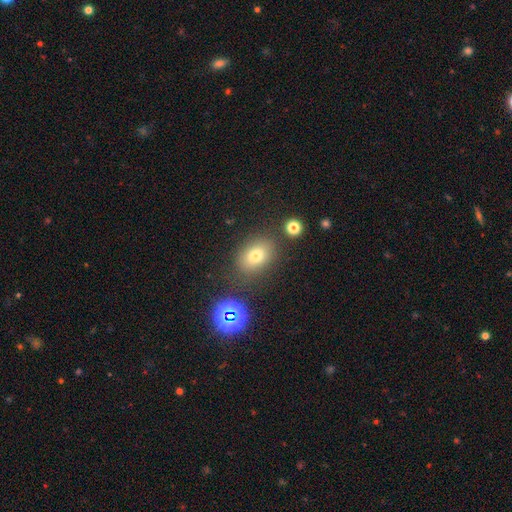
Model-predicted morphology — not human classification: A smooth galaxy with no disk features (73%) that is in between round and cigar-shaped (69%).

Vote fractions:
- Smooth or featured? smooth: 73% / star or artifact: 16% / featured or disk: 11%
- How rounded? in between: 69% / round: 30% / cigar-shaped: 1%
- Merging? none: 78% / minor disturbance: 12% / merger: 5% / major disturbance: 5%